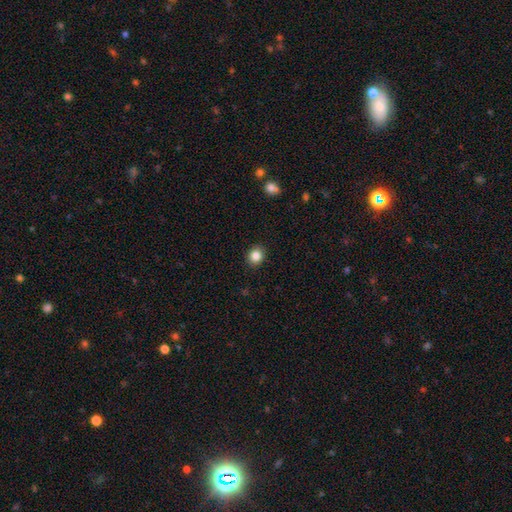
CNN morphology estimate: This appears to be a smooth galaxy with no disk features (85%) that is round (74%). Merging: none (91%).